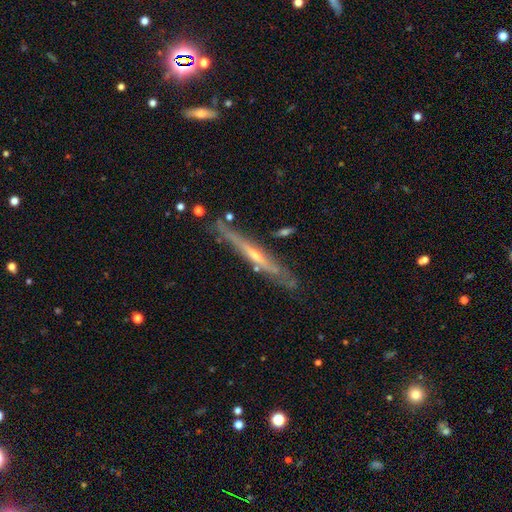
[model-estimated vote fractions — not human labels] A featured or disk galaxy (76%) viewed edge-on (93%) with a rounded central bulge (63%). Merging: none (78%).